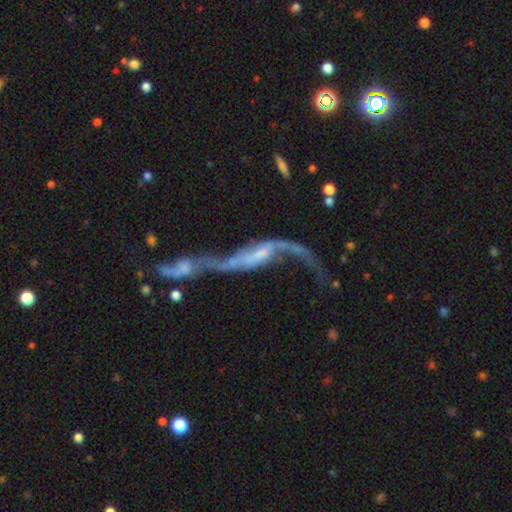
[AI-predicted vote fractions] Smooth or featured? featured or disk (81%)
Edge-on disk? no (86%)
Bar? no (39%)
Spiral arms? yes (80%)
Spiral winding? loose (92%)
Spiral arm count? 2 (82%)
Bulge size? none (34%)
Merging? merger (67%)